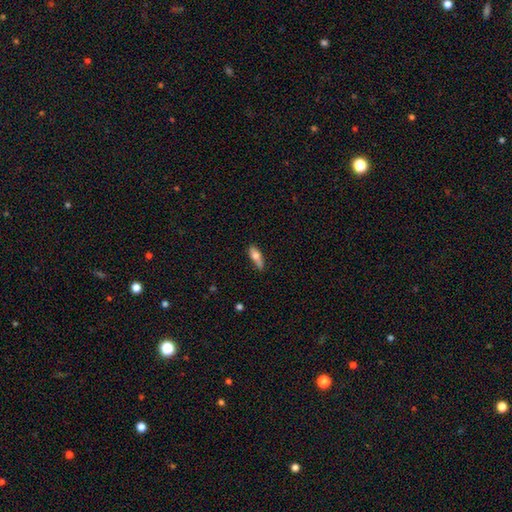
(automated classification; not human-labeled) smooth 68%, featured or disk 25%, star or artifact 6%. Down the decision tree: how rounded — in between (61%); merging — none (62%).